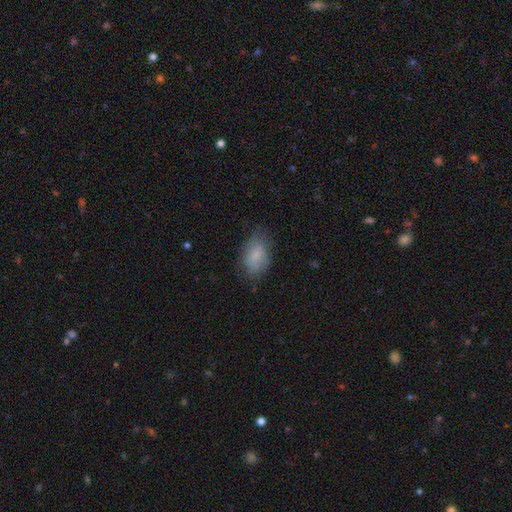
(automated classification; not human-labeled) smooth 78%, featured or disk 14%, star or artifact 7%. Down the decision tree: how rounded — in between (90%); merging — none (68%).